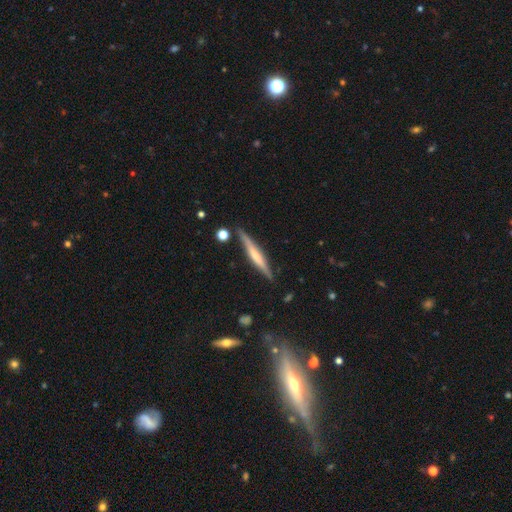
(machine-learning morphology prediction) Smooth or featured? Predicted: featured or disk (p=0.57). Edge-on disk? Predicted: yes (p=0.97). Edge-on bulge? Predicted: none (p=0.41). Merging? Predicted: none (p=0.85).